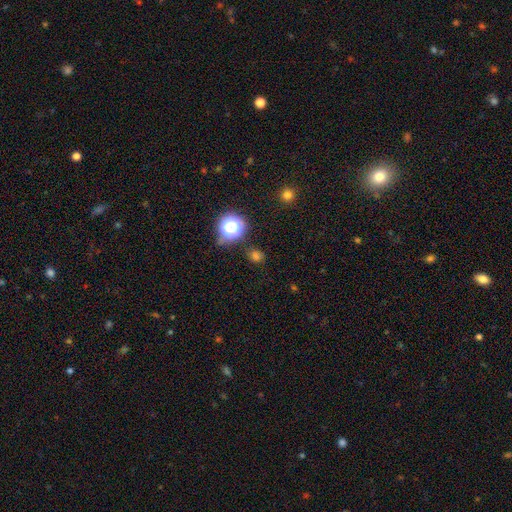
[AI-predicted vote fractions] smooth_or_featured: smooth (p=0.64) [alt: star or artifact p=0.30]
how_rounded: round (p=0.79) [alt: in between p=0.20]
merging: none (p=0.84) [alt: minor disturbance p=0.10]